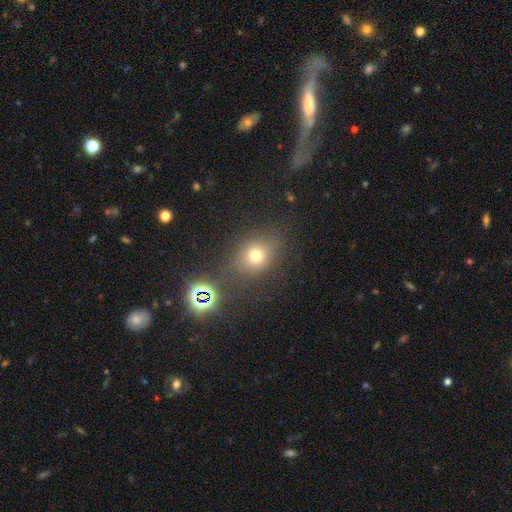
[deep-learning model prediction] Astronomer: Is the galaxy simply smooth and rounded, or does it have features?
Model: smooth — 67%.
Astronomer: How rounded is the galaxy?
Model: round — 61% (runner-up: in between, 37%).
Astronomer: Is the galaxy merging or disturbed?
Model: none — 74%.